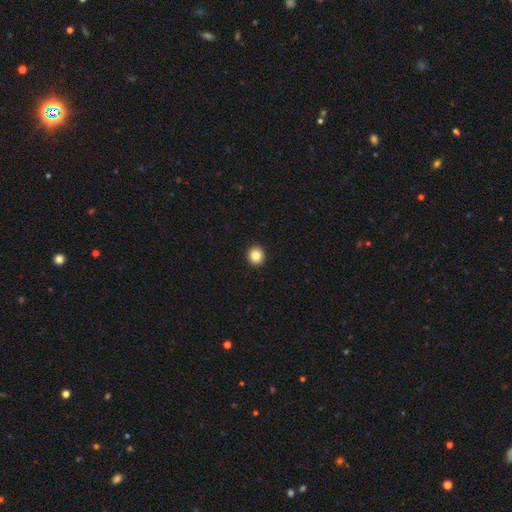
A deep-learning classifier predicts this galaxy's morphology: smooth-or-featured: smooth: 84% | star or artifact: 10% | featured or disk: 6%
  how-rounded: round: 91% | in between: 8% | cigar-shaped: 1%
  merging: none: 94% | minor disturbance: 4% | major disturbance: 1% | merger: 1%